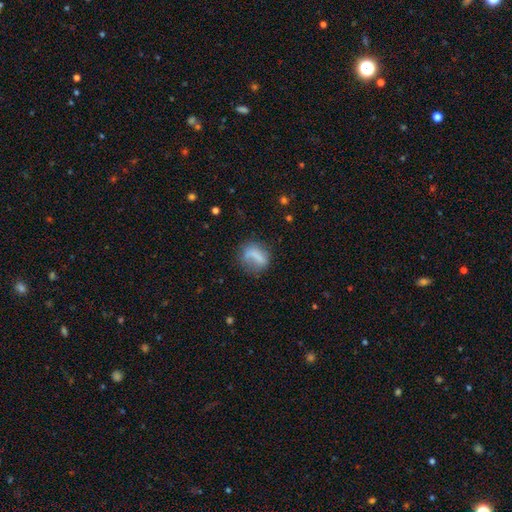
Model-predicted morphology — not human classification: Overall: smooth (63%; featured or disk 27%). How rounded: round (51%; in between 44%). Merging: none (47%; minor disturbance 24%).